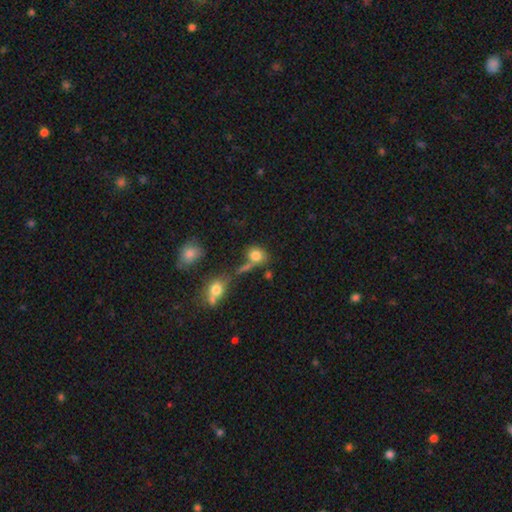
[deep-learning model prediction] This appears to be a smooth galaxy with no disk features (80%) that is round (53%). Merging: none (52%).